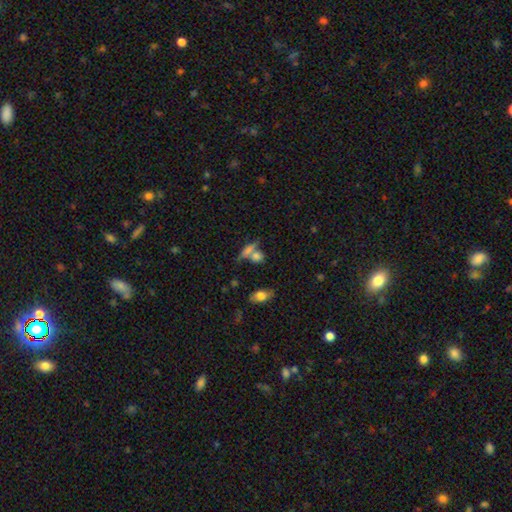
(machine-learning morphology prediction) Smooth or featured? smooth (70%)
How rounded? in between (45%)
Merging? none (45%)